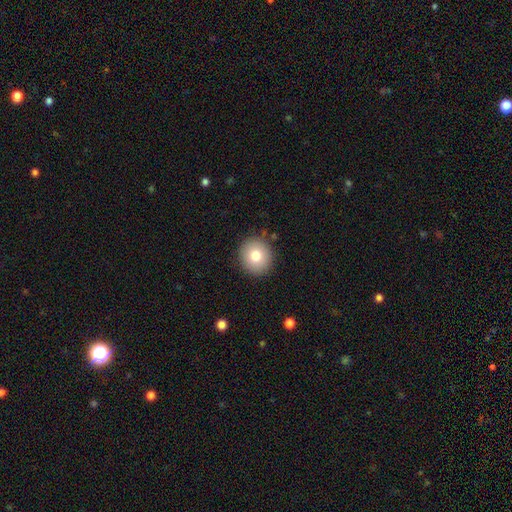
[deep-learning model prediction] A smooth galaxy with no disk features (78%) that is round (89%). Merging: none (89%).